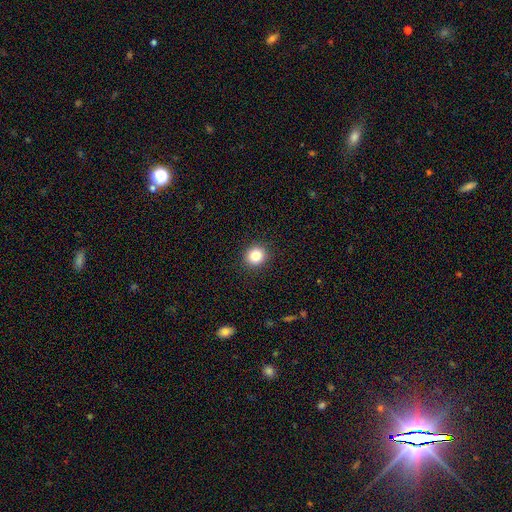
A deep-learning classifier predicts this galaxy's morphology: smooth-or-featured: smooth: 83% | star or artifact: 11% | featured or disk: 6%
  how-rounded: round: 86% | in between: 13% | cigar-shaped: 1%
  merging: none: 92% | minor disturbance: 5% | major disturbance: 2% | merger: 1%